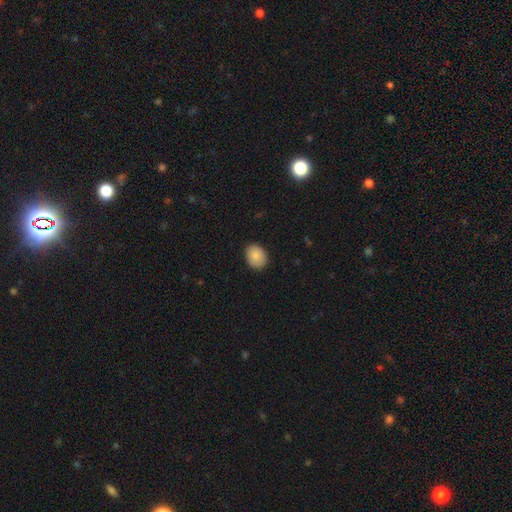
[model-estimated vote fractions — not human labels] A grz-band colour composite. It shows a smooth galaxy with no disk features (88%) that is in between round and cigar-shaped (61%). Merging: none (87%).